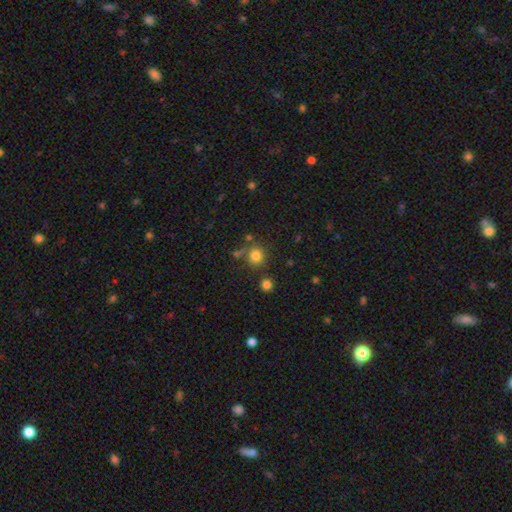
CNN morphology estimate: smooth-or-featured: smooth: 80% | star or artifact: 14% | featured or disk: 7%
  how-rounded: round: 87% | in between: 12% | cigar-shaped: 1%
  merging: none: 72% | merger: 12% | minor disturbance: 11% | major disturbance: 5%